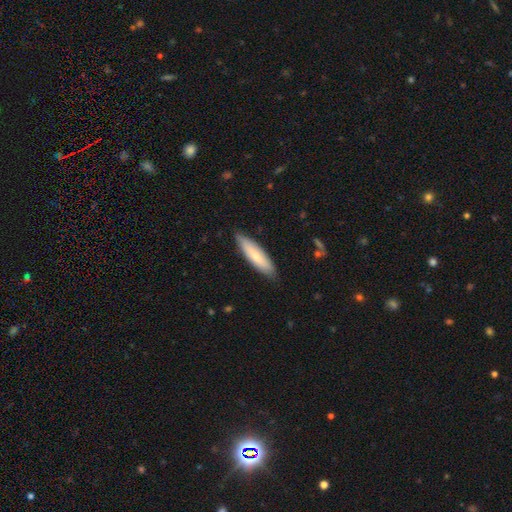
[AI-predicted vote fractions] Smooth or featured?
  - smooth: 70% *
  - featured or disk: 25%
  - star or artifact: 5%
How rounded?
  - cigar-shaped: 66% *
  - in between: 33%
  - round: 1%
Merging?
  - none: 84% *
  - minor disturbance: 13%
  - major disturbance: 2%
  - merger: 1%